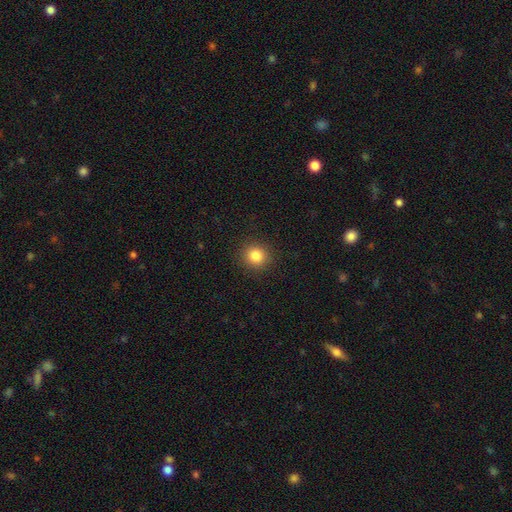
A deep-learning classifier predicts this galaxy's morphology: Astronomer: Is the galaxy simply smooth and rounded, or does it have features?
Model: smooth — 84%.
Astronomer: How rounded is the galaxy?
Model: round — 90%.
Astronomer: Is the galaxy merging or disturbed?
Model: none — 91%.